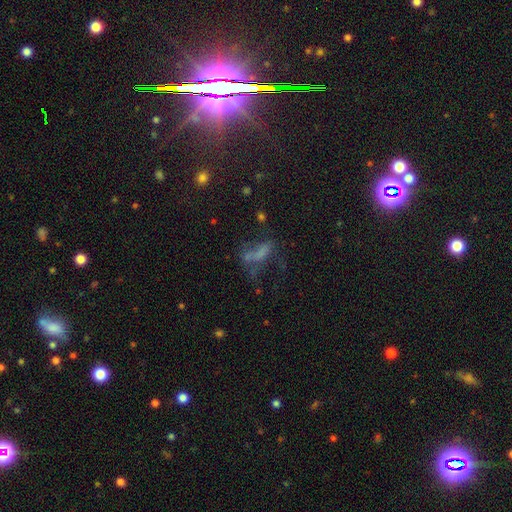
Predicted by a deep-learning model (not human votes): smooth-or-featured: smooth: 47% | featured or disk: 31% | star or artifact: 22%
  merging: major disturbance: 35% | none: 32% | minor disturbance: 18% | merger: 15%